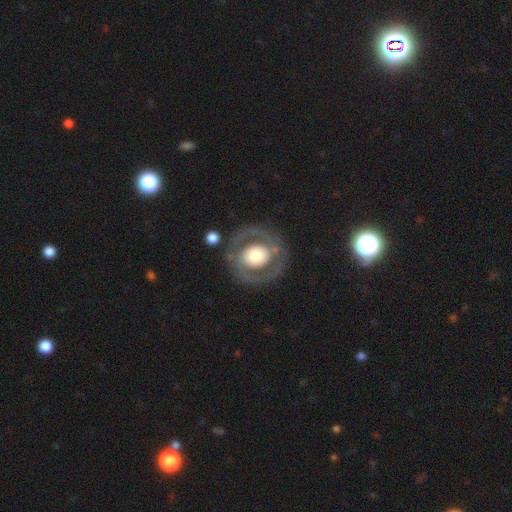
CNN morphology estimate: smooth-or-featured: featured or disk: 61% | smooth: 34% | star or artifact: 5%
  disk-edge-on: no: 96% | yes: 4%
    bar: no: 76% | weak: 16% | strong: 8%
    has-spiral-arms: no: 62% | yes: 38%
    bulge-size: large: 48% | moderate: 39% | dominant: 7% | small: 4% | none: 1%
  merging: none: 76% | minor disturbance: 12% | major disturbance: 9% | merger: 3%